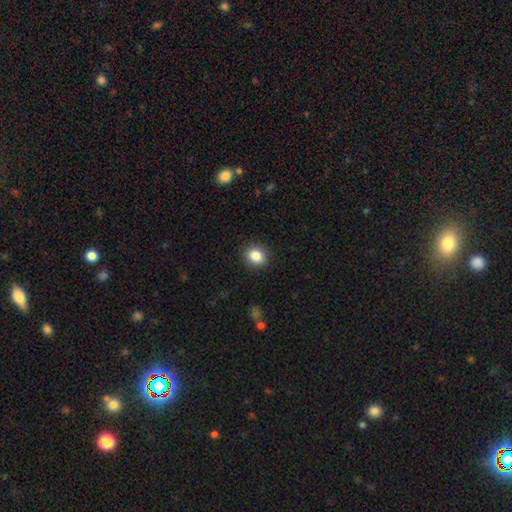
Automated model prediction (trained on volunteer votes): Smooth or featured? smooth (86%)
How rounded? round (67%)
Merging? none (89%)